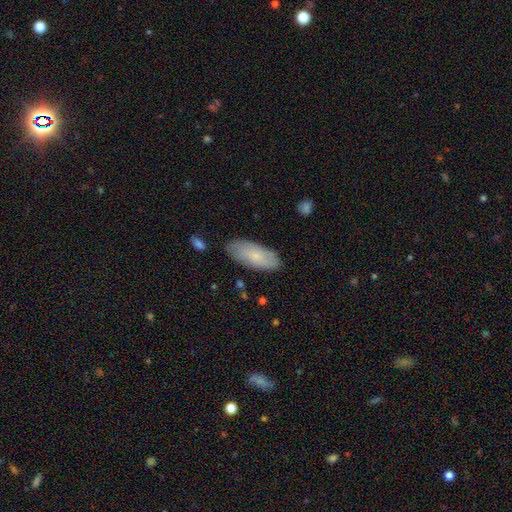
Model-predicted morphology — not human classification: type=smooth (72%); roundness=in between (84%); merging=none (82%).